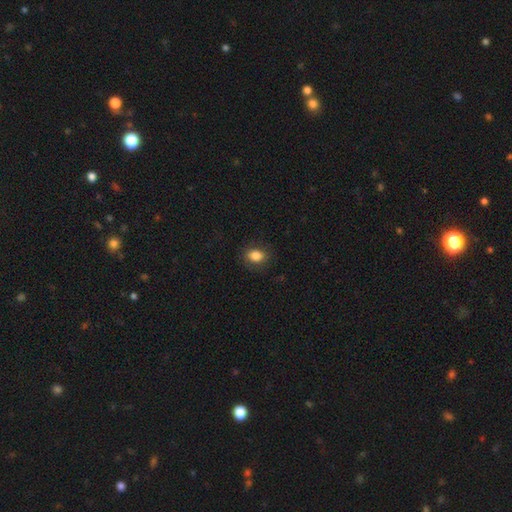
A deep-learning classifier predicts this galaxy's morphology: A smooth galaxy with no disk features (84%) that is in between round and cigar-shaped (66%). Merging: none (82%).